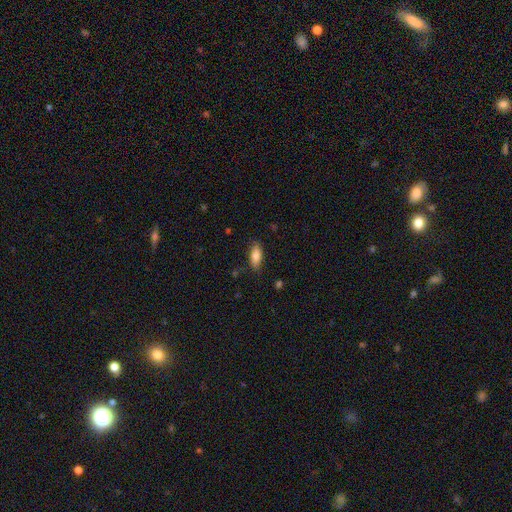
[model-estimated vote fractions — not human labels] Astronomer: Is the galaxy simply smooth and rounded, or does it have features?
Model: smooth — 82%.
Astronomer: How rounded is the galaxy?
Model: in between — 81%.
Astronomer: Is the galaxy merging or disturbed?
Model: none — 81%.